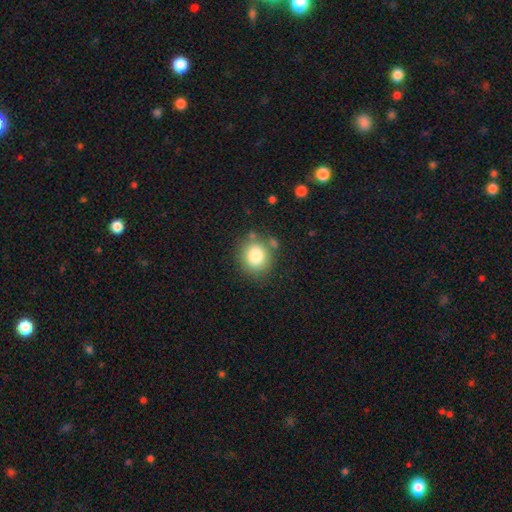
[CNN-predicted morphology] A smooth galaxy with no disk features (82%) that is round (83%).

Vote fractions:
- Smooth or featured? smooth: 82% / star or artifact: 10% / featured or disk: 8%
- How rounded? round: 83% / in between: 17% / cigar-shaped: 1%
- Merging? none: 77% / minor disturbance: 12% / merger: 7% / major disturbance: 4%